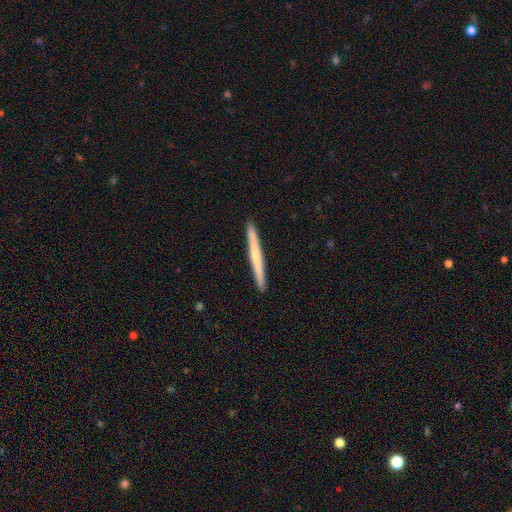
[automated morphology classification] type=smooth (54%); roundness=cigar-shaped (97%); merging=none (93%).